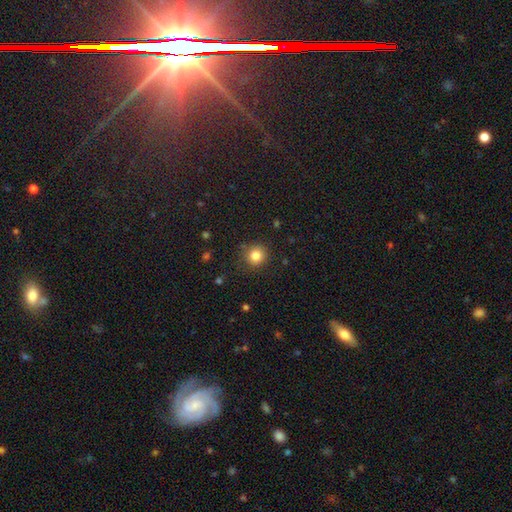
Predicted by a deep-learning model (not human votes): This is clearly a smooth galaxy (83%). How rounded: clearly round (91%). Merging: clearly none (85%).